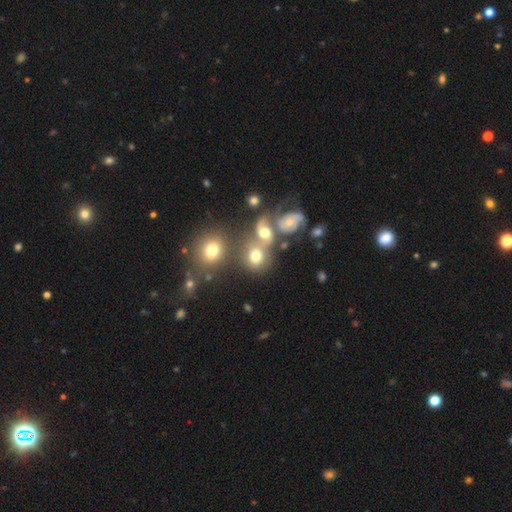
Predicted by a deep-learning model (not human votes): Morphology: type=smooth (61%); roundness=round (69%); merging=merger (44%).